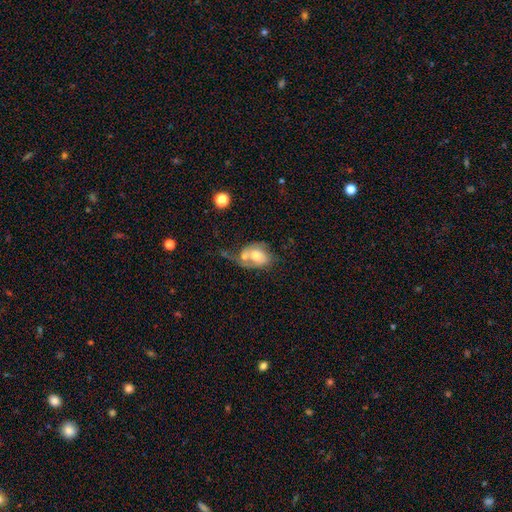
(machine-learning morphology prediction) A featured or disk galaxy (56%) with no bar (66%), spiral arms (71%) and a moderate central bulge (59%). Merging: merger (39%).